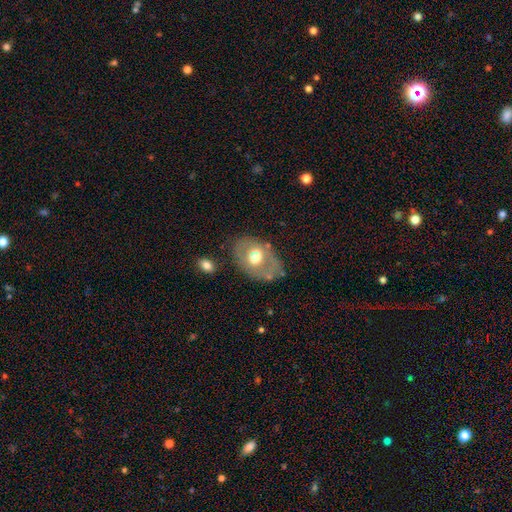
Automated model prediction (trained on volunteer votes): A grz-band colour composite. It shows a smooth galaxy with no disk features (48%). Merging: none (67%).